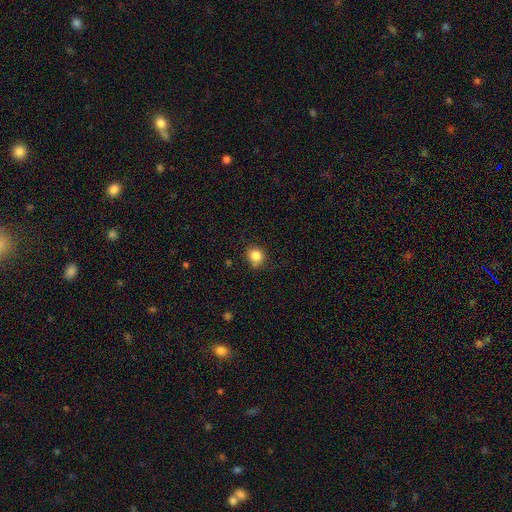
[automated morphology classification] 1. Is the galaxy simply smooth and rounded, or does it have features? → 84% smooth, 11% star or artifact, 5% featured or disk.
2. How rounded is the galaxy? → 81% round, 18% in between, 1% cigar-shaped.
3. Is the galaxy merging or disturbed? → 77% none, 17% minor disturbance, 3% major disturbance, 2% merger.